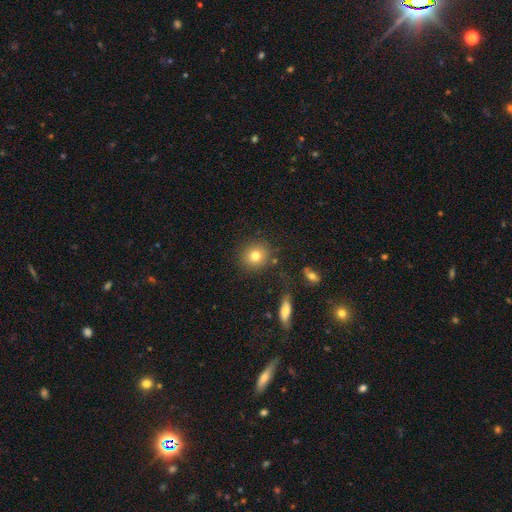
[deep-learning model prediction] Morphology: type=smooth (79%); roundness=round (87%); merging=none (84%).